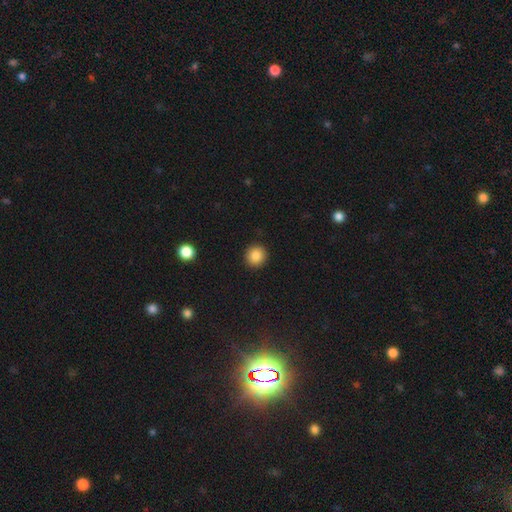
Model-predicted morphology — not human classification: smooth 86%, star or artifact 10%, featured or disk 4%. Down the decision tree: how rounded — round (94%); merging — none (92%).